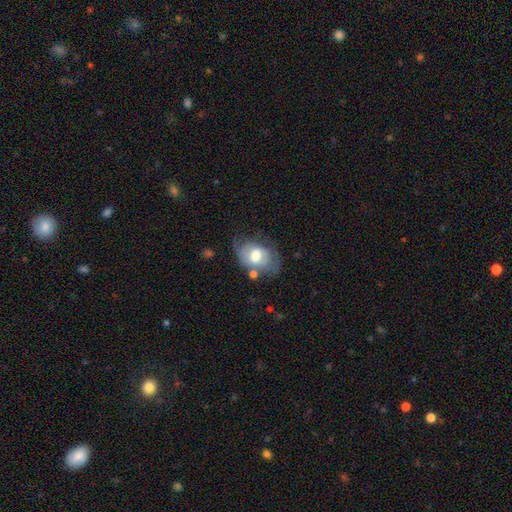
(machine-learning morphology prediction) A smooth galaxy with no disk features (51%) that is in between round and cigar-shaped (73%). Merging: none (43%).